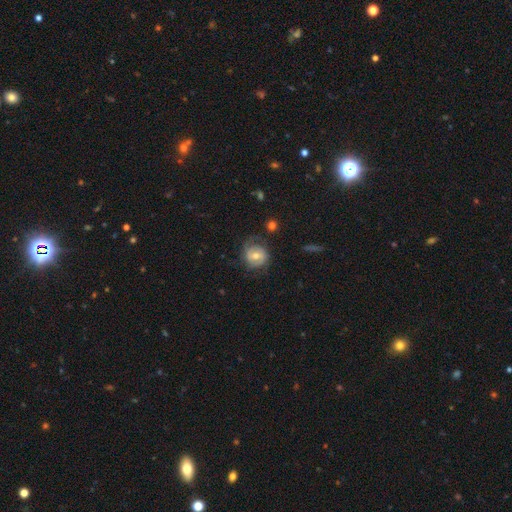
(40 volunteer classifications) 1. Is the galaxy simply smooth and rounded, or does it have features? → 65% featured or disk, 35% smooth, 0% star or artifact.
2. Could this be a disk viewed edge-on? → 88% no, 12% yes.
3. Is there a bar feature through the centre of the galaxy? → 43% weak, 35% no, 22% strong.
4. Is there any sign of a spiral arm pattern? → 52% no, 48% yes.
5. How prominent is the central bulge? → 91% moderate, 9% small, 0% dominant, 0% large, 0% none.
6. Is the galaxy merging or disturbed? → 55% none, 32% major disturbance, 12% minor disturbance, 0% merger.